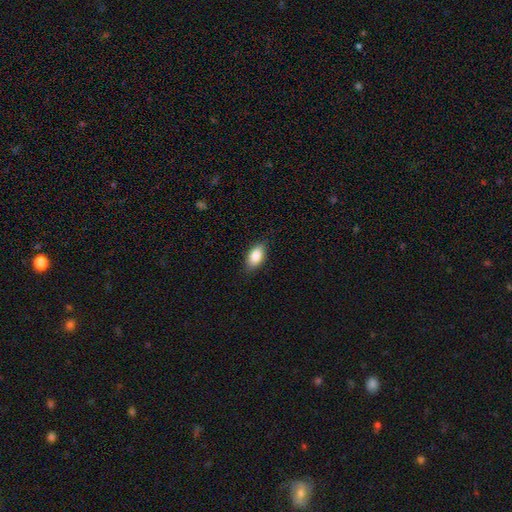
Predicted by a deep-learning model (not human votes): The model was most divided on "merging": none: 84%, minor disturbance: 12%, major disturbance: 2%, merger: 1%. More confident: how rounded — in between (91%); smooth or featured — smooth (86%).